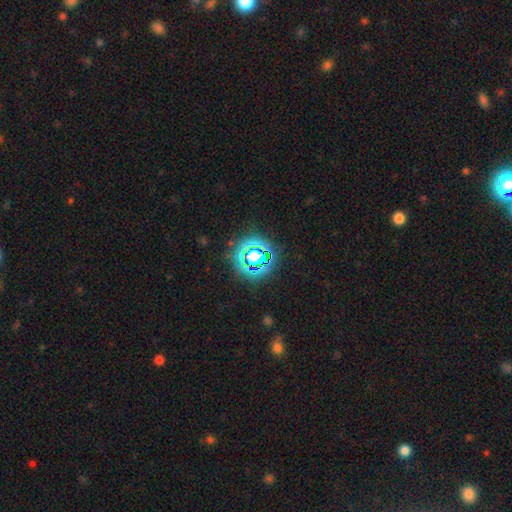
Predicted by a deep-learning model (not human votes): A star or artifact, not a galaxy (65%).